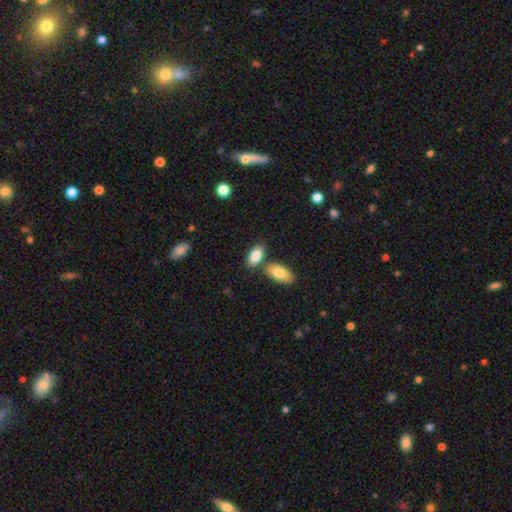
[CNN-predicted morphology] Smooth or featured: smooth — 85% (featured or disk — 9%)
How rounded: in between — 93% (round — 4%)
Merging: none — 63% (merger — 23%)